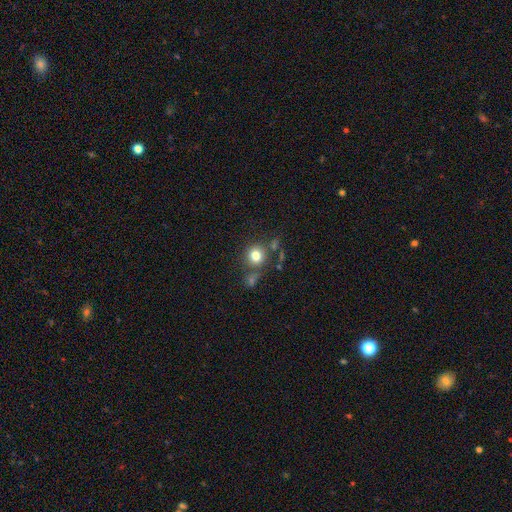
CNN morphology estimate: This appears to be a smooth galaxy with no disk features (79%) that is round (87%). Merging: none (71%).